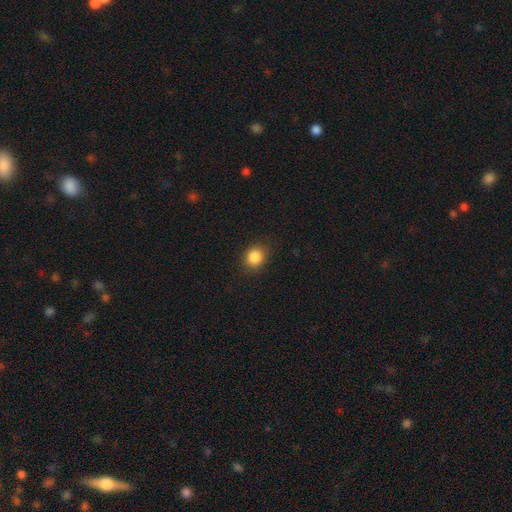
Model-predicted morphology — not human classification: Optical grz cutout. It shows a smooth galaxy with no disk features (86%) that is round (72%). Merging: none (86%).